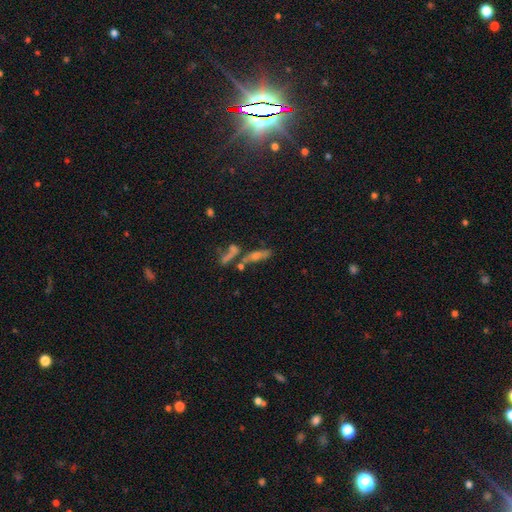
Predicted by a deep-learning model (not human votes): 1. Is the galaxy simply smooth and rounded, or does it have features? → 39% featured or disk, 36% smooth, 26% star or artifact.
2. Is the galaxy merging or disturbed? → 38% none, 36% merger, 14% major disturbance, 13% minor disturbance.